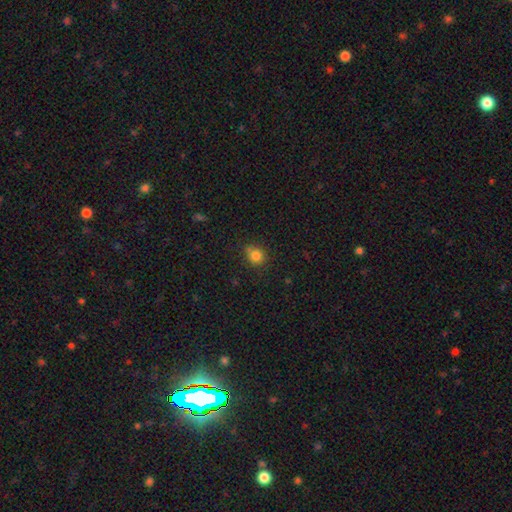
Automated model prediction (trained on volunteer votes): Q: Smooth or featured?
A: smooth (81%); runner-up: star or artifact (13%)
Q: How rounded?
A: round (84%); runner-up: in between (15%)
Q: Merging?
A: none (69%); runner-up: minor disturbance (14%)